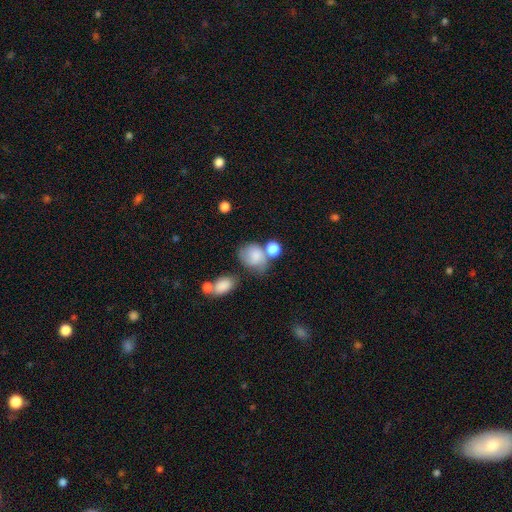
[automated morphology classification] The model was most divided on "how rounded": round: 50%, in between: 49%, cigar-shaped: 1%. Remaining: smooth or featured — smooth (72%); merging — none (39%).